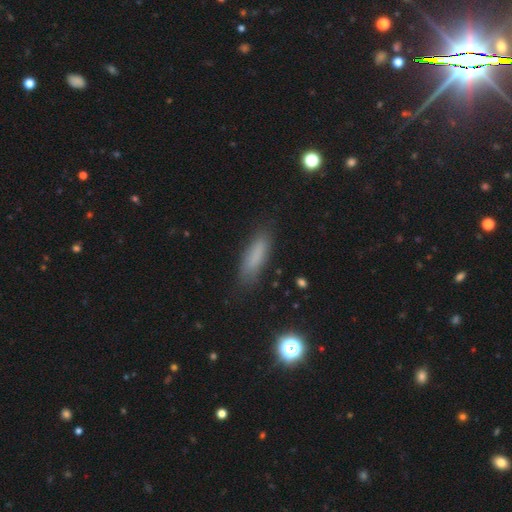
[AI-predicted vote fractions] Q: Smooth or featured?
A: smooth (79%); runner-up: featured or disk (11%)
Q: How rounded?
A: cigar-shaped (57%); runner-up: in between (41%)
Q: Merging?
A: none (83%); runner-up: minor disturbance (12%)